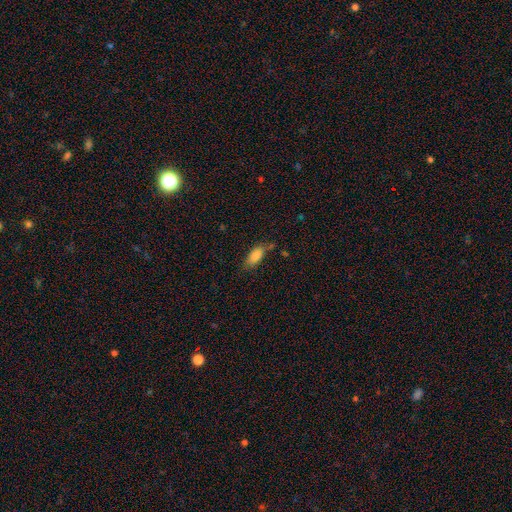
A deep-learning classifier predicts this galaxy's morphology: smooth_or_featured: smooth (p=0.84) [alt: star or artifact p=0.08]
how_rounded: in between (p=0.84) [alt: cigar-shaped p=0.14]
merging: none (p=0.64) [alt: minor disturbance p=0.23]